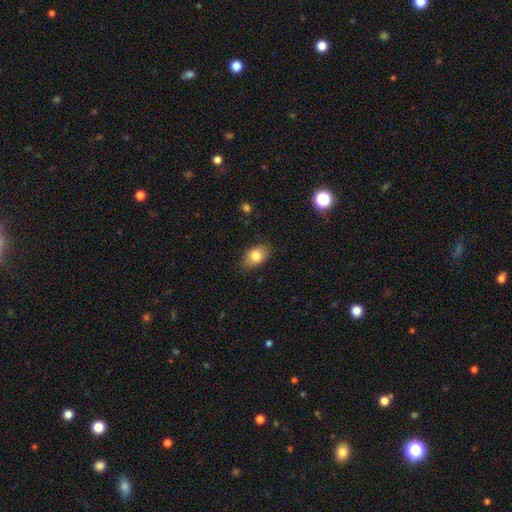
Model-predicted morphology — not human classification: Smooth or featured?
  - smooth: 82% *
  - featured or disk: 10%
  - star or artifact: 8%
How rounded?
  - in between: 88% *
  - round: 10%
  - cigar-shaped: 2%
Merging?
  - none: 84% *
  - minor disturbance: 12%
  - major disturbance: 3%
  - merger: 1%